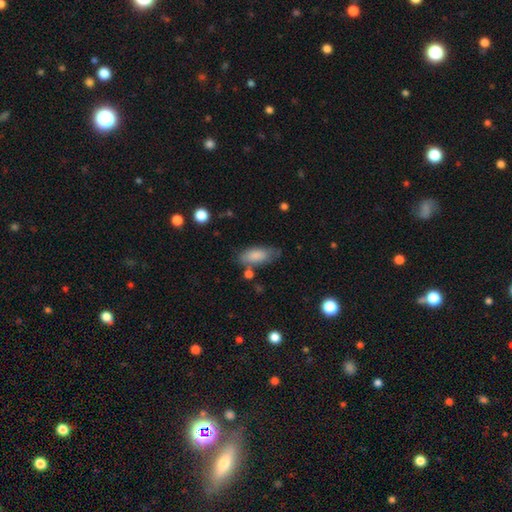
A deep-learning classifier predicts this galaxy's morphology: Smooth or featured? Predicted: smooth (p=0.83). How rounded? Predicted: in between (p=0.84). Merging? Predicted: none (p=0.61).